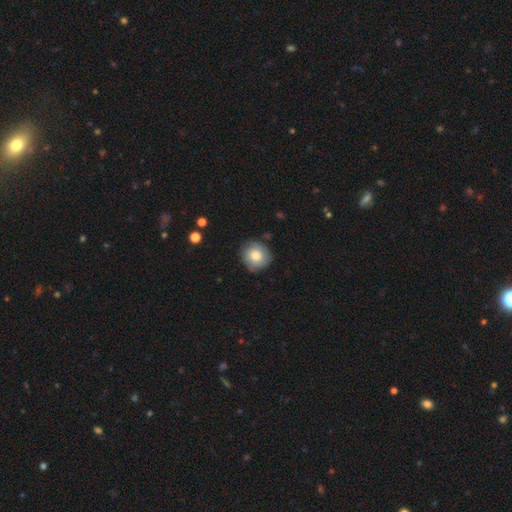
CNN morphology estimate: A smooth galaxy with no disk features (77%) that is round (89%).

Vote fractions:
- Smooth or featured? smooth: 77% / featured or disk: 16% / star or artifact: 7%
- How rounded? round: 89% / in between: 10% / cigar-shaped: 1%
- Merging? none: 83% / minor disturbance: 13% / major disturbance: 3% / merger: 1%